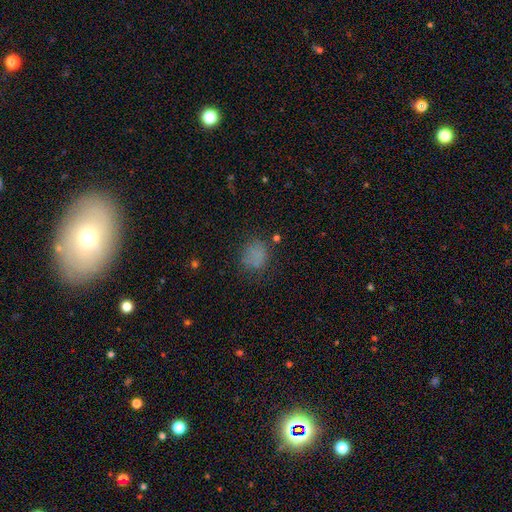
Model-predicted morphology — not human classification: A smooth galaxy with no disk features (71%) that is round (65%). Merging: none (67%).